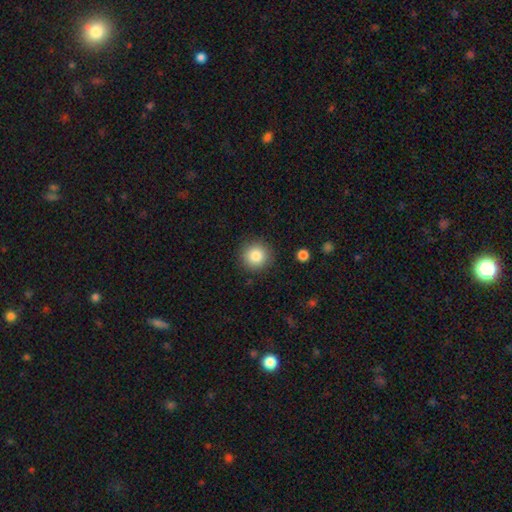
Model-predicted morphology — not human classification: A smooth galaxy with no disk features (84%) that is round (95%). Merging: none (89%).